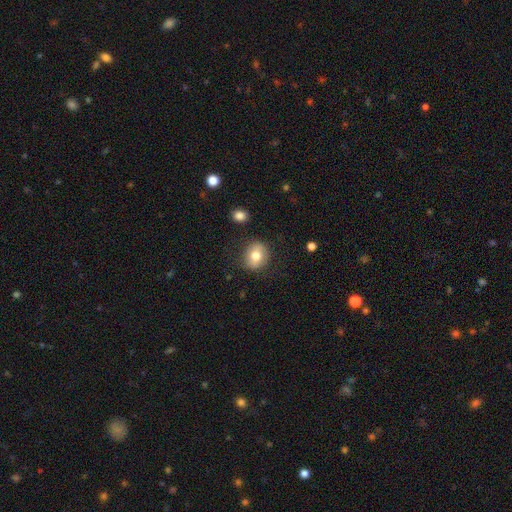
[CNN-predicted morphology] Smooth or featured? Predicted: smooth (p=0.73). How rounded? Predicted: round (p=0.63). Merging? Predicted: none (p=0.81).